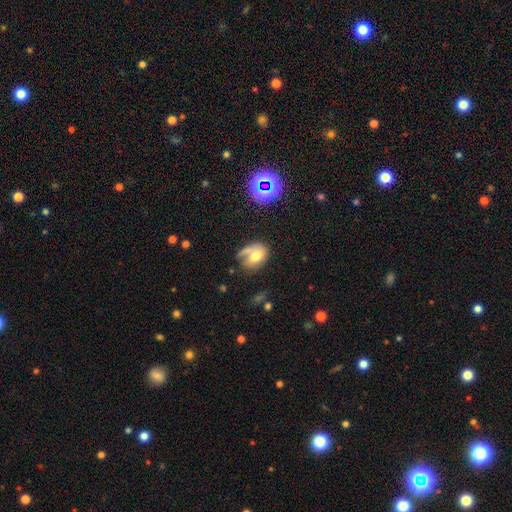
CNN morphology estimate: Smooth or featured? Predicted: smooth (p=0.58). How rounded? Predicted: in between (p=0.66). Merging? Predicted: none (p=0.42).